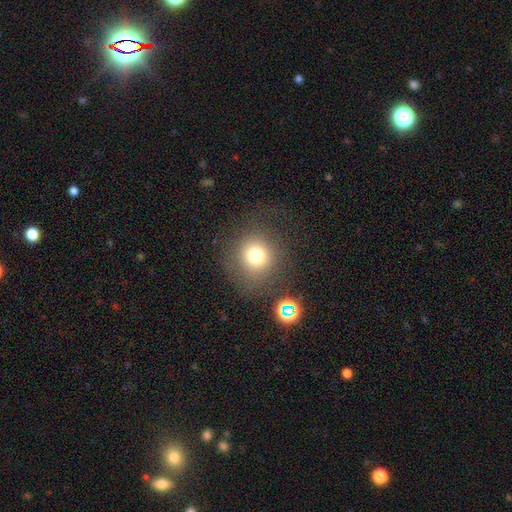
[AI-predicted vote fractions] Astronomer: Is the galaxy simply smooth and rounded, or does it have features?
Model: smooth — 75%.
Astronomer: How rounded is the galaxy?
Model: round — 89%.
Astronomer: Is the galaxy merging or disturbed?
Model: none — 77%.